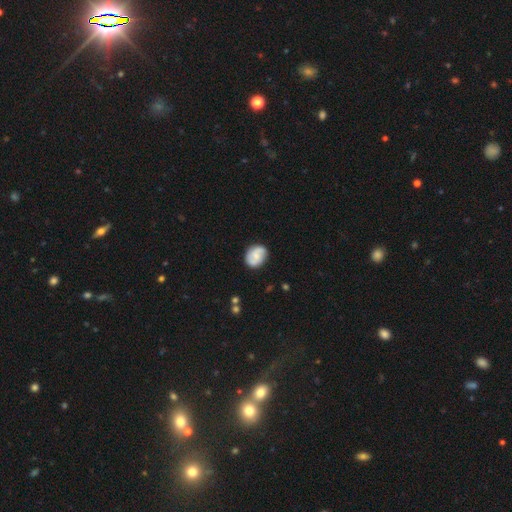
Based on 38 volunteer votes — Overall: featured or disk (53%; smooth 37%). Edge-on disk: no (95%). Bar: no (68%; weak 32%). Spiral arms: yes (74%). Spiral arm count: 2 (79%). Spiral winding: medium (43%, tied with loose). Bulge size: small (47%; moderate 37%). Merging: none (88%).